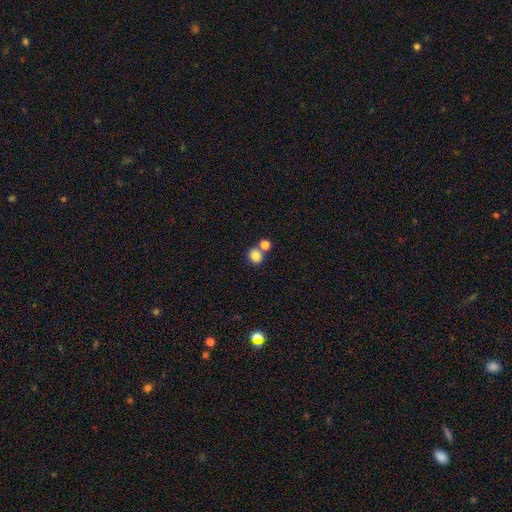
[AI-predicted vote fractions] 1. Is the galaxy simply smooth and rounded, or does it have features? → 84% smooth, 10% star or artifact, 6% featured or disk.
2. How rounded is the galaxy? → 74% round, 25% in between, 1% cigar-shaped.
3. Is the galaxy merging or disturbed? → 49% none, 40% merger, 8% minor disturbance, 3% major disturbance.